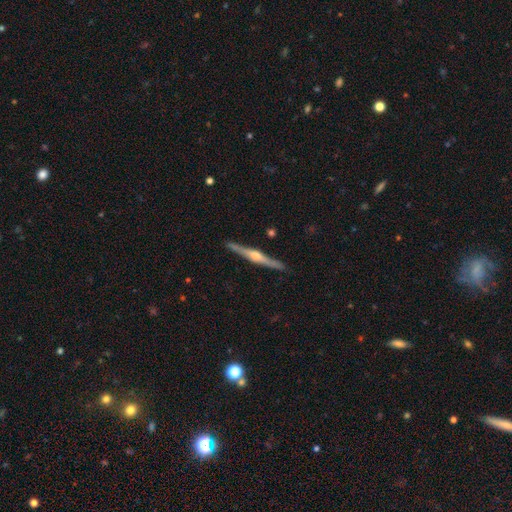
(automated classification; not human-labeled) A featured or disk galaxy (82%) viewed edge-on (98%) with a rounded central bulge (88%). Merging: none (91%).